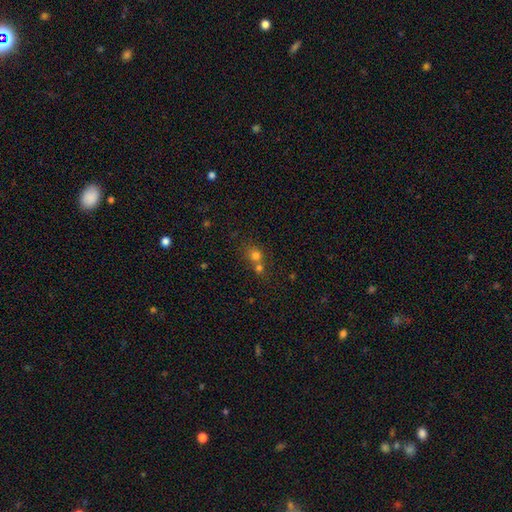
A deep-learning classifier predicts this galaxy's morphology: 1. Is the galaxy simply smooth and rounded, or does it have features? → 73% smooth, 16% star or artifact, 11% featured or disk.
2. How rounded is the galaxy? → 82% round, 17% in between, 1% cigar-shaped.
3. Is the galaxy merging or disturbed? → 54% merger, 38% none, 6% minor disturbance, 3% major disturbance.